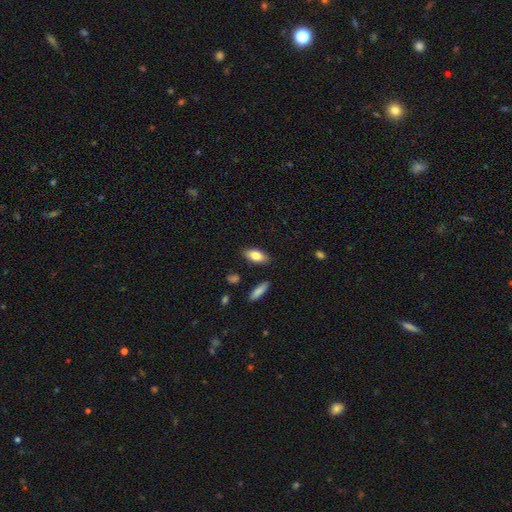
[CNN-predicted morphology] A smooth galaxy with no disk features (82%) that is in between round and cigar-shaped (85%). Merging: none (85%).